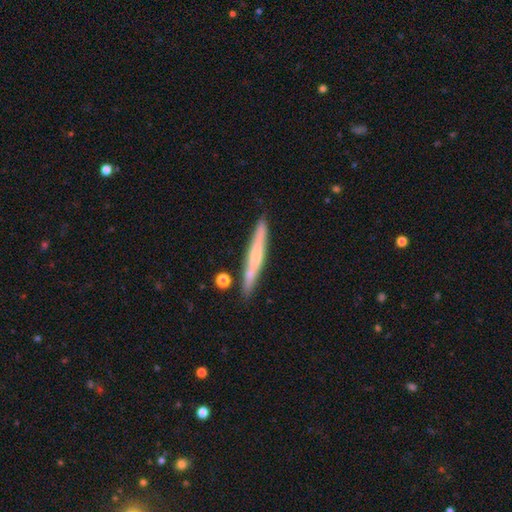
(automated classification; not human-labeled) A smooth galaxy with no disk features (50%).

Vote fractions:
- Smooth or featured? smooth: 50% / featured or disk: 45% / star or artifact: 6%
- Merging? none: 82% / minor disturbance: 11% / merger: 5% / major disturbance: 2%